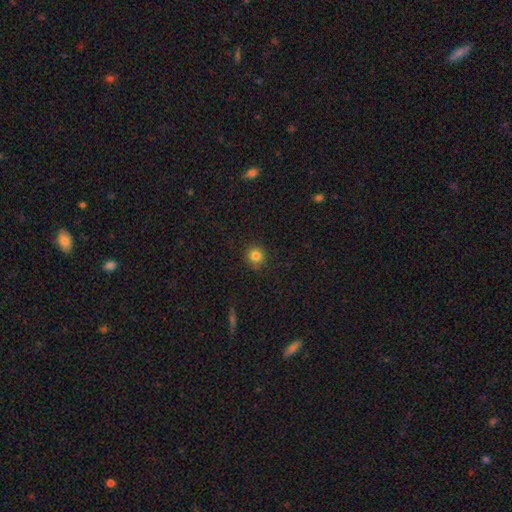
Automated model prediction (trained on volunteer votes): smooth-or-featured: smooth: 83% | star or artifact: 12% | featured or disk: 5%
  how-rounded: round: 93% | in between: 6% | cigar-shaped: 1%
  merging: none: 89% | minor disturbance: 8% | major disturbance: 2% | merger: 1%